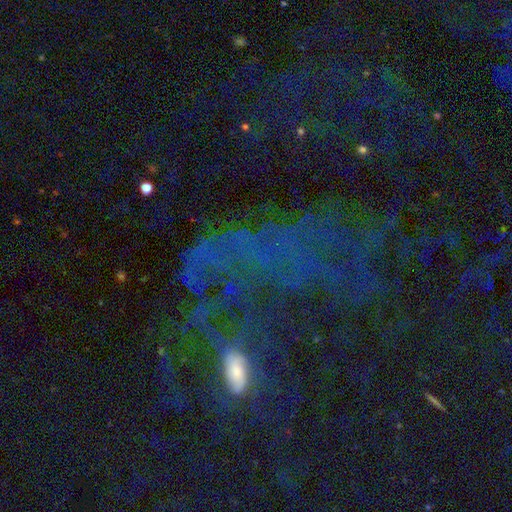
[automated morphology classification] smooth-or-featured: star or artifact: 54% | featured or disk: 25% | smooth: 21%